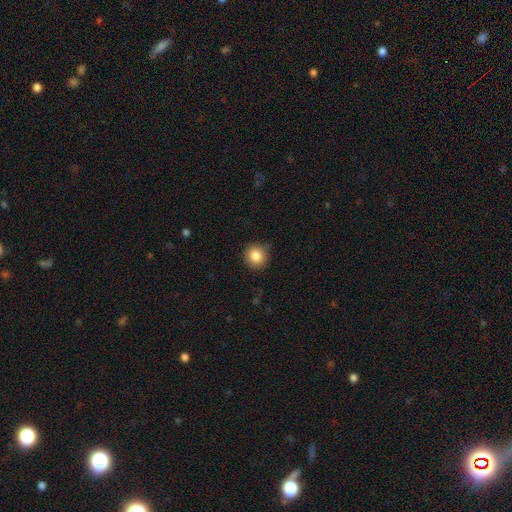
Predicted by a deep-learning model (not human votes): A smooth galaxy with no disk features (85%) that is round (92%).

Vote fractions:
- Smooth or featured? smooth: 85% / star or artifact: 10% / featured or disk: 6%
- How rounded? round: 92% / in between: 7% / cigar-shaped: 1%
- Merging? none: 85% / minor disturbance: 11% / major disturbance: 2% / merger: 1%